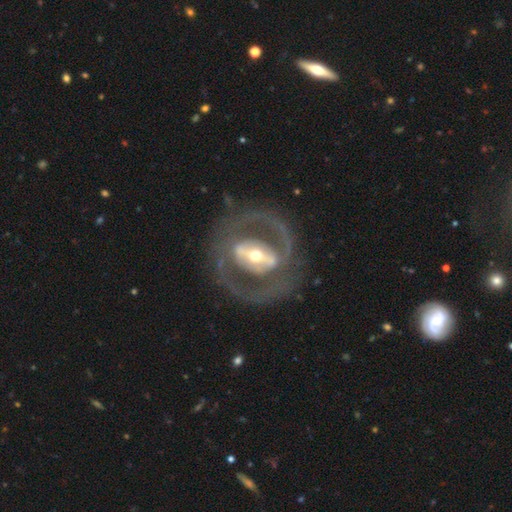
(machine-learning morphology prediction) Smooth or featured? Predicted: featured or disk (p=0.84). Edge-on disk? Predicted: no (p=0.93). Bar? Predicted: strong (p=0.57). Spiral arms? Predicted: yes (p=0.63). Bulge size? Predicted: moderate (p=0.59). Merging? Predicted: none (p=0.72).